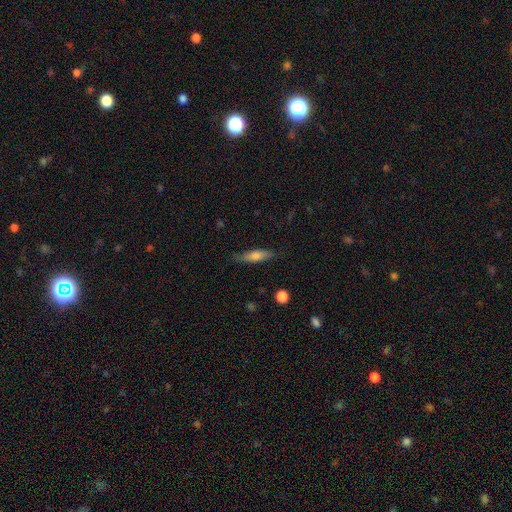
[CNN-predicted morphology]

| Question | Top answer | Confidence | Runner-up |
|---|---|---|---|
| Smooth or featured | smooth | 63% | featured or disk (30%) |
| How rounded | cigar-shaped | 71% | in between (27%) |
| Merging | none | 80% | minor disturbance (15%) |